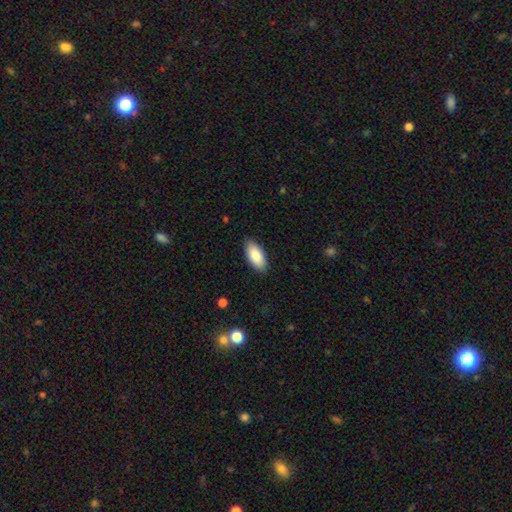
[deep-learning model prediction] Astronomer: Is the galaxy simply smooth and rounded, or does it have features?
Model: smooth — 87%.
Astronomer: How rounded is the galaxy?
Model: in between — 91%.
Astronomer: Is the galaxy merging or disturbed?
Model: none — 88%.